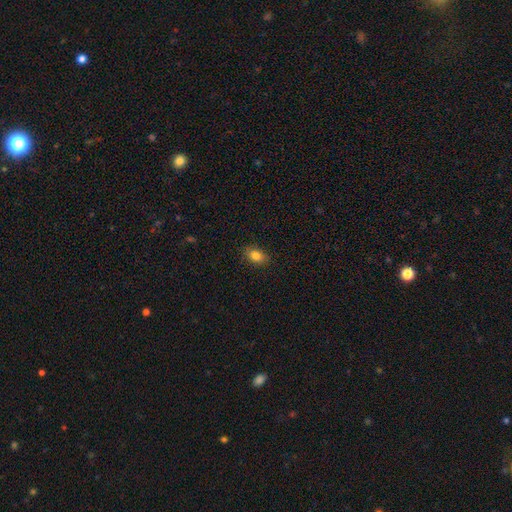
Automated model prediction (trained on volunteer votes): smooth 83%, star or artifact 10%, featured or disk 8%. Down the decision tree: how rounded — in between (80%); merging — none (85%).